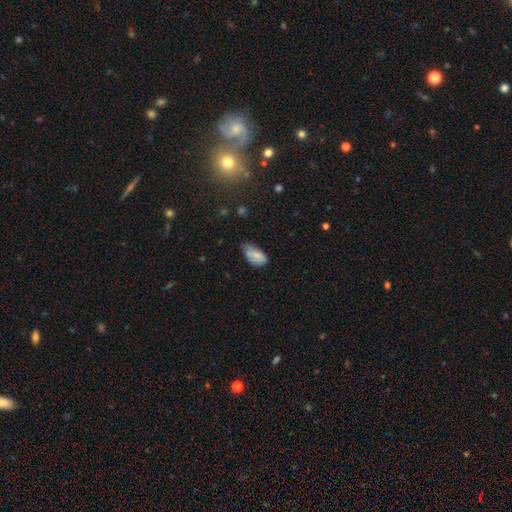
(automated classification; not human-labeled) The model was most divided on "merging": minor disturbance: 41%, none: 39%, major disturbance: 12%, merger: 7%. More confident: how rounded — in between (93%); smooth or featured — smooth (74%).